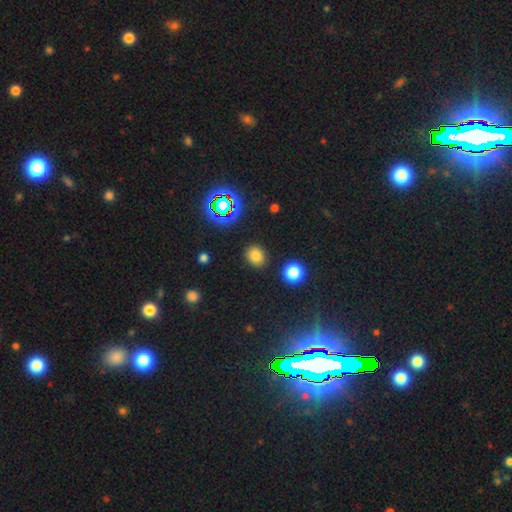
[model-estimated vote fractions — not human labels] This is likely a smooth galaxy (76%). How rounded: likely round (61%). Merging: clearly none (86%).